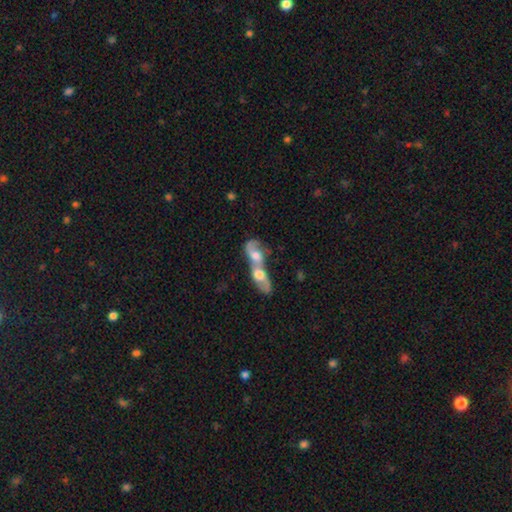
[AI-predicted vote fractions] This appears to be a smooth galaxy with no disk features (48%). Merging: merger (87%).